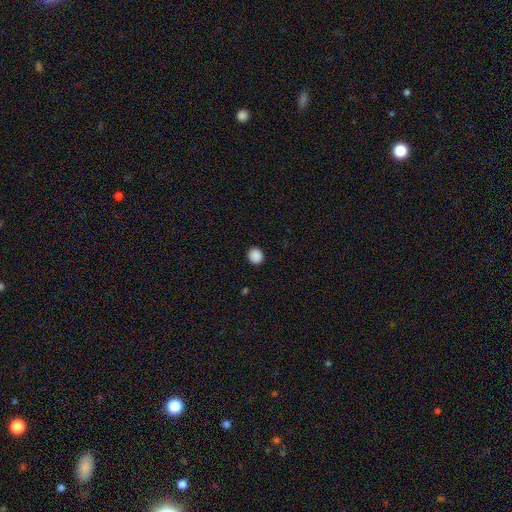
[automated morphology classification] type=smooth (88%); roundness=round (84%); merging=none (91%).